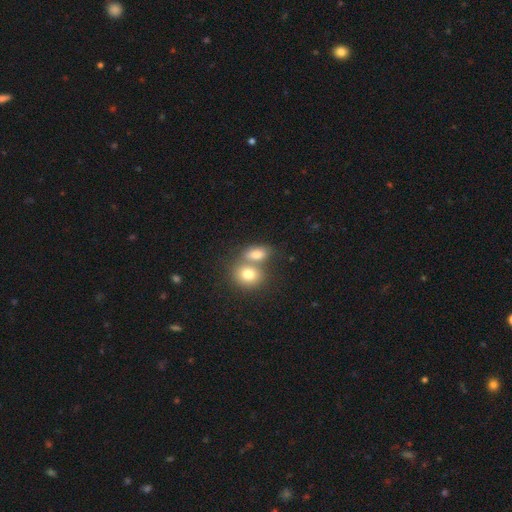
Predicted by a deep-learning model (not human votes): smooth_or_featured: smooth (p=0.73) [alt: featured or disk p=0.16]
how_rounded: in between (p=0.57) [alt: round p=0.40]
merging: merger (p=0.61) [alt: none p=0.29]